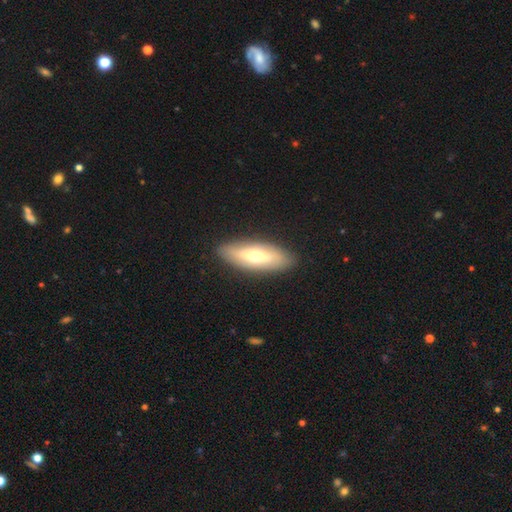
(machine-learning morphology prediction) A smooth galaxy with no disk features (50%). Merging: none (87%).